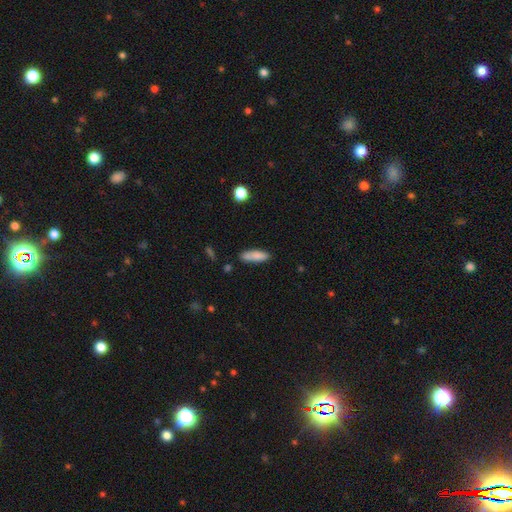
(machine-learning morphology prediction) smooth-or-featured: smooth: 81% | featured or disk: 12% | star or artifact: 7%
  how-rounded: cigar-shaped: 53% | in between: 45% | round: 2%
  merging: none: 71% | minor disturbance: 17% | merger: 8% | major disturbance: 4%